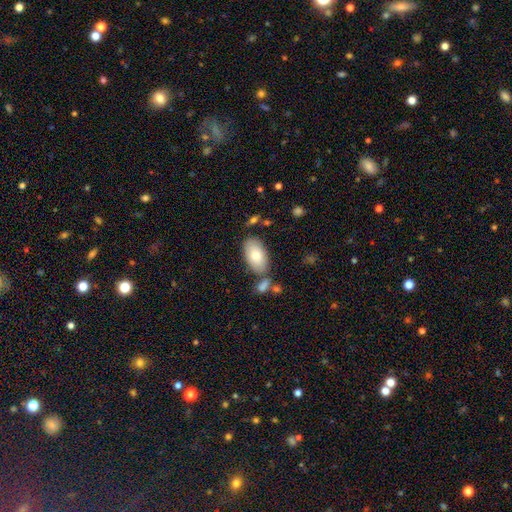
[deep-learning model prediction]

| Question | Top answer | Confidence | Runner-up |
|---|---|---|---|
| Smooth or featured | smooth | 79% | featured or disk (15%) |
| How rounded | in between | 95% | round (4%) |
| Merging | none | 71% | minor disturbance (15%) |